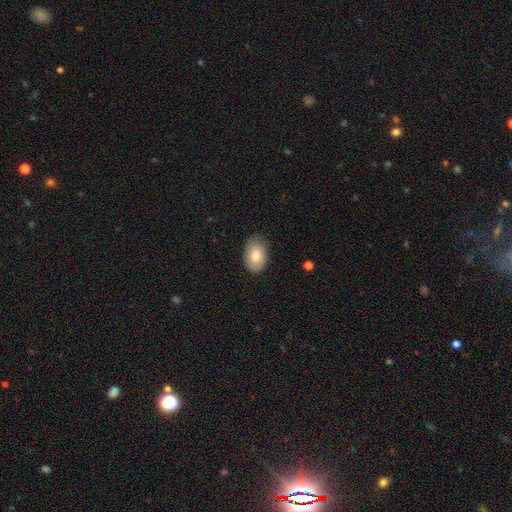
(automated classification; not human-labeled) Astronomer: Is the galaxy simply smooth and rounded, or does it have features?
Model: smooth — 79%.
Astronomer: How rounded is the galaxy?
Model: in between — 89%.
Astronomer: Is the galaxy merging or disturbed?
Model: none — 81%.